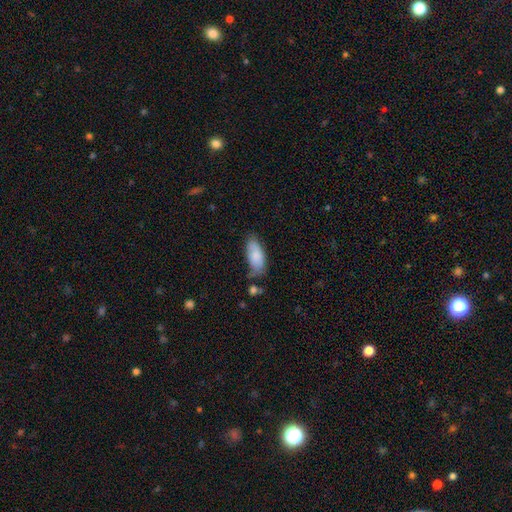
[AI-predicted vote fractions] Q: Smooth or featured?
A: smooth (82%); runner-up: featured or disk (11%)
Q: How rounded?
A: in between (87%); runner-up: cigar-shaped (10%)
Q: Merging?
A: none (56%); runner-up: minor disturbance (30%)